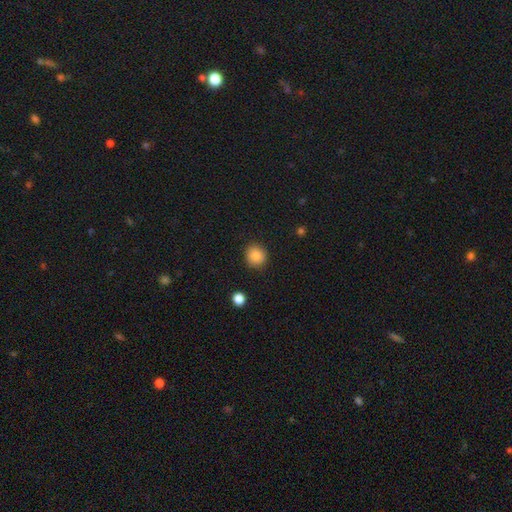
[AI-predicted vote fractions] The model was most divided on "smooth or featured": smooth: 86%, star or artifact: 10%, featured or disk: 5%. More confident: how rounded — round (89%); merging — none (89%).